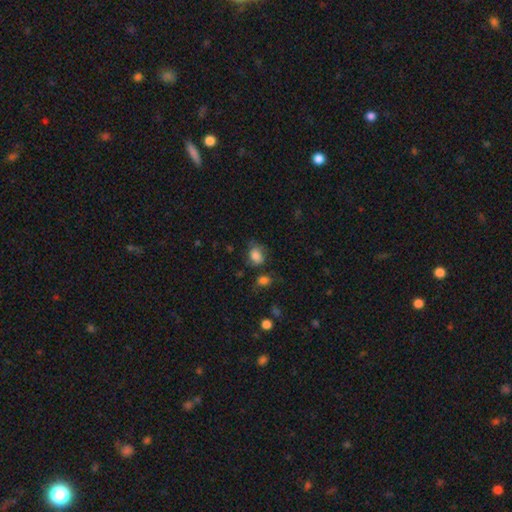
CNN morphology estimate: Smooth or featured? smooth (81%)
How rounded? in between (64%)
Merging? none (55%)